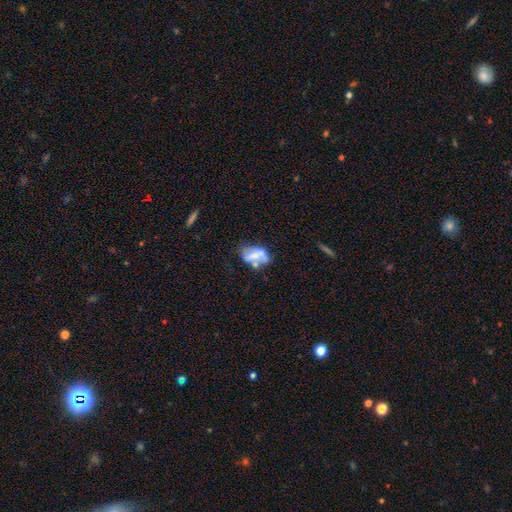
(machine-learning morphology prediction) Overall: featured or disk (47%; smooth 44%). Merging: none (39%; minor disturbance 25%).